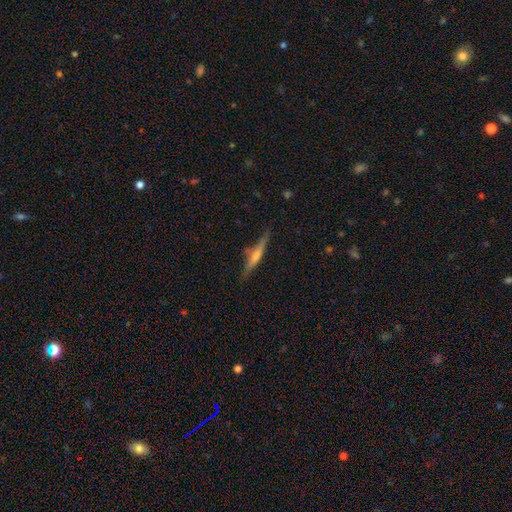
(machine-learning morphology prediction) featured or disk 59%, smooth 34%, star or artifact 6%. Down the decision tree: edge-on disk — yes (96%); edge-on bulge — rounded (65%); merging — none (82%).